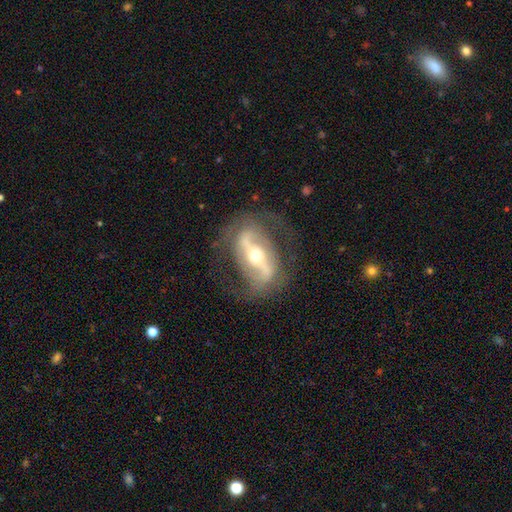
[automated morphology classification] featured or disk 84%, smooth 11%, star or artifact 6%. Down the decision tree: edge-on disk — no (91%); bar — strong (62%); spiral arms — yes (76%); spiral arm count — 2 (84%); spiral winding — medium (44%); bulge size — moderate (59%); merging — none (70%).